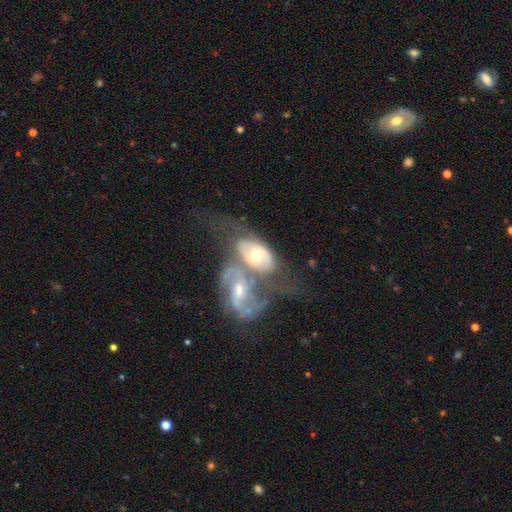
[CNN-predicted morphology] Overall: featured or disk (73%). Edge-on disk: no (94%). Bar: no (67%). Spiral arms: yes (74%). Spiral arm count: 2 (70%). Spiral winding: medium (41%; tight 31%). Bulge size: moderate (66%; small 26%). Merging: merger (65%).